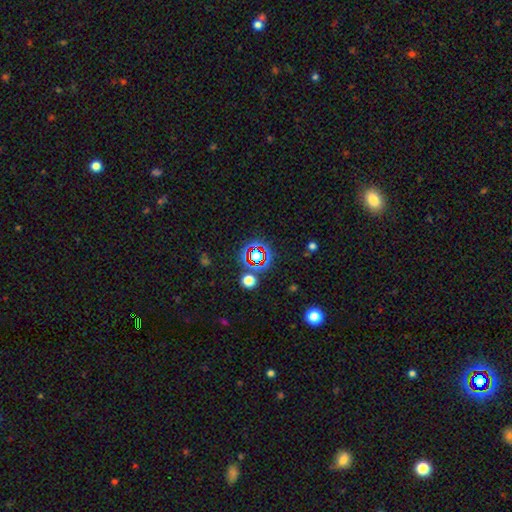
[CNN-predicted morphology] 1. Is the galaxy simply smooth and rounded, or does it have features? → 64% star or artifact, 25% smooth, 10% featured or disk.